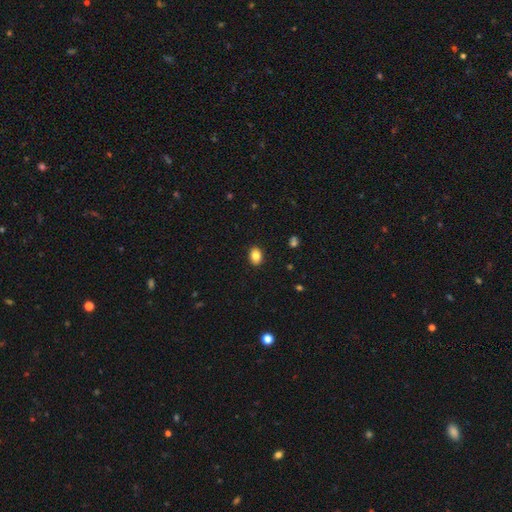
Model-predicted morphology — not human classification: Q: Smooth or featured?
A: smooth (84%); runner-up: star or artifact (9%)
Q: How rounded?
A: in between (74%); runner-up: round (25%)
Q: Merging?
A: none (90%); runner-up: minor disturbance (7%)